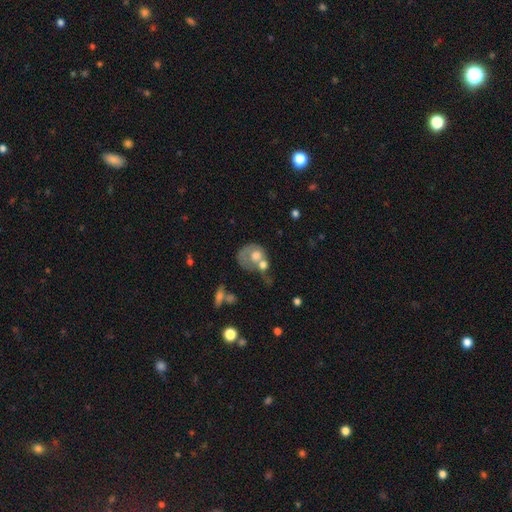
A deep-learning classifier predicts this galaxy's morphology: Smooth or featured? Predicted: smooth (p=0.50). How rounded? Predicted: round (p=0.58). Merging? Predicted: merger (p=0.52).